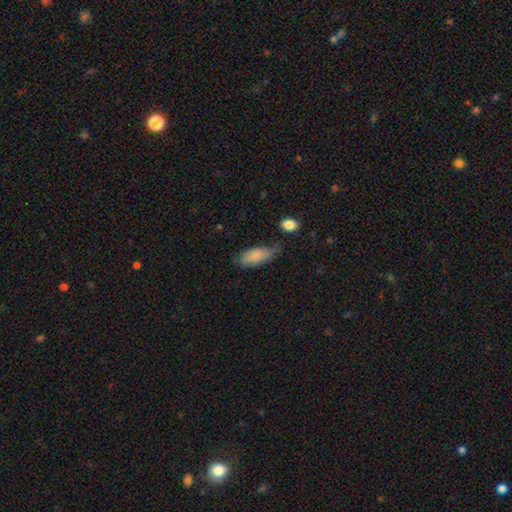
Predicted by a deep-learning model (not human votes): Smooth or featured? Predicted: smooth (p=0.81). How rounded? Predicted: in between (p=0.82). Merging? Predicted: none (p=0.57).